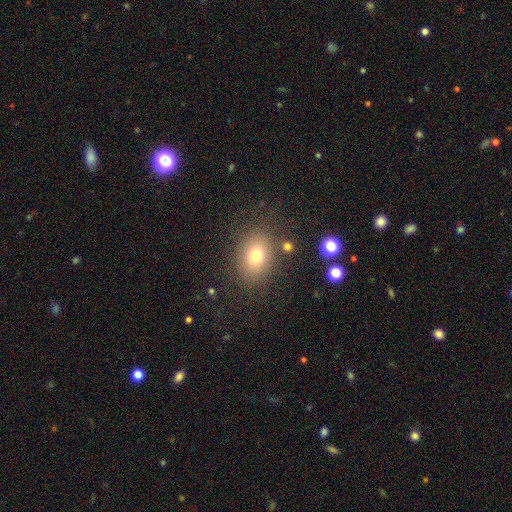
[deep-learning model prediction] smooth 74%, star or artifact 13%, featured or disk 13%. Down the decision tree: how rounded — in between (63%); merging — none (80%).